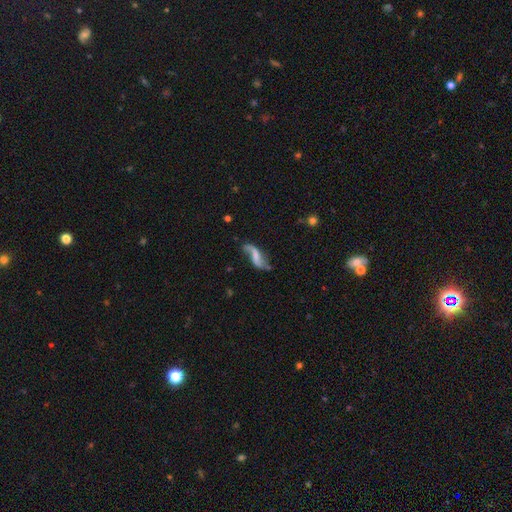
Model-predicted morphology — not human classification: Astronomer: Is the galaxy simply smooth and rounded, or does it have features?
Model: featured or disk — 69%.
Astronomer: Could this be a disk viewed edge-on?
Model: no — 92%.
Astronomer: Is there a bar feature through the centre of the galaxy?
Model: weak — 40% (runner-up: no, 34%).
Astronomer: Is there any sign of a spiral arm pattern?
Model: yes — 88%.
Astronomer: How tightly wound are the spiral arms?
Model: loose — 86%.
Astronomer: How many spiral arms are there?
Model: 2 — 83%.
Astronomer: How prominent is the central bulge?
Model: none — 48% (runner-up: small, 29%).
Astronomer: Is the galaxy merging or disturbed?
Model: none — 52%.